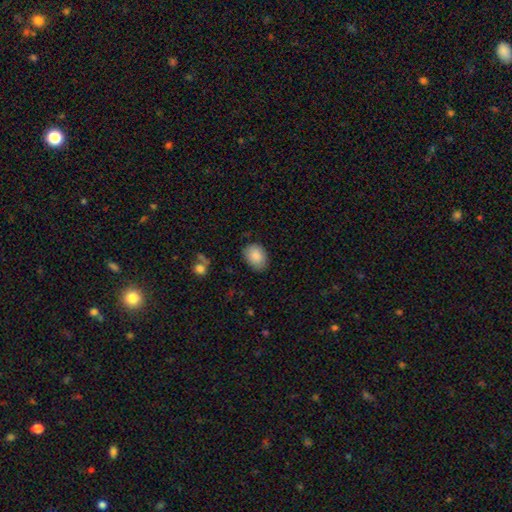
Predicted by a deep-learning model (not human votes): A smooth galaxy with no disk features (87%) that is in between round and cigar-shaped (71%). Merging: none (80%).